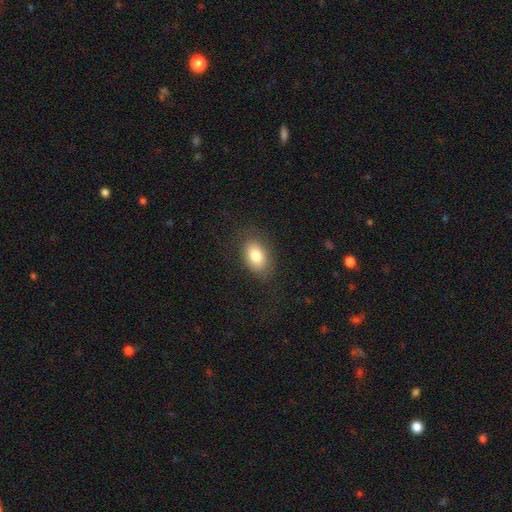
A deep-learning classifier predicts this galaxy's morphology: Smooth or featured: smooth — 81% (featured or disk — 11%)
How rounded: in between — 87% (round — 12%)
Merging: none — 82% (minor disturbance — 12%)